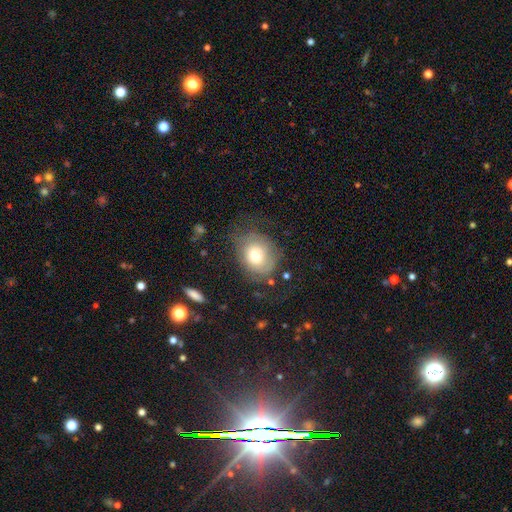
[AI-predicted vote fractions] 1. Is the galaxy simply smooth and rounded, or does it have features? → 62% smooth, 29% featured or disk, 9% star or artifact.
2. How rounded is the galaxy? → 57% round, 42% in between, 1% cigar-shaped.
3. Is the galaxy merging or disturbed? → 55% none, 23% minor disturbance, 20% major disturbance, 2% merger.